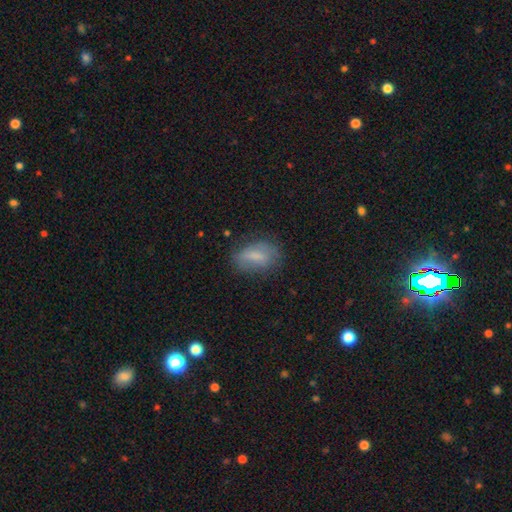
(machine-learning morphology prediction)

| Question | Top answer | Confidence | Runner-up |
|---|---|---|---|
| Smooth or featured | smooth | 65% | featured or disk (25%) |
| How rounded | in between | 83% | round (9%) |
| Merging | none | 66% | minor disturbance (23%) |